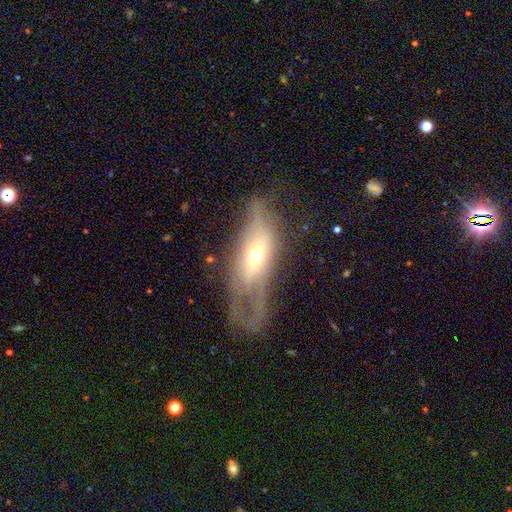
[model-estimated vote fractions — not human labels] Morphology: type=featured or disk (60%); edge-on=no (64%); merging=major disturbance (45%).